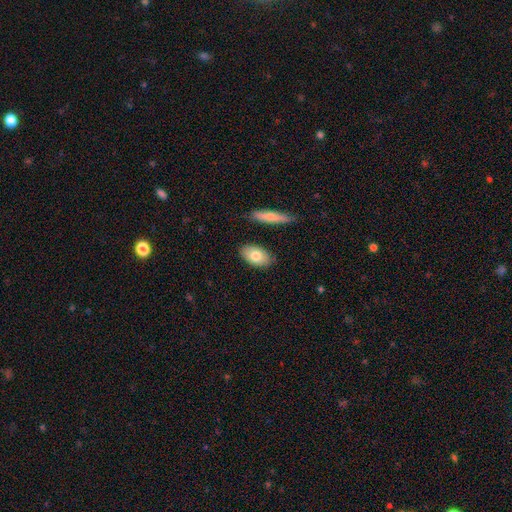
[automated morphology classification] This is likely a smooth galaxy (77%). How rounded: clearly in between (90%). Merging: clearly none (83%).